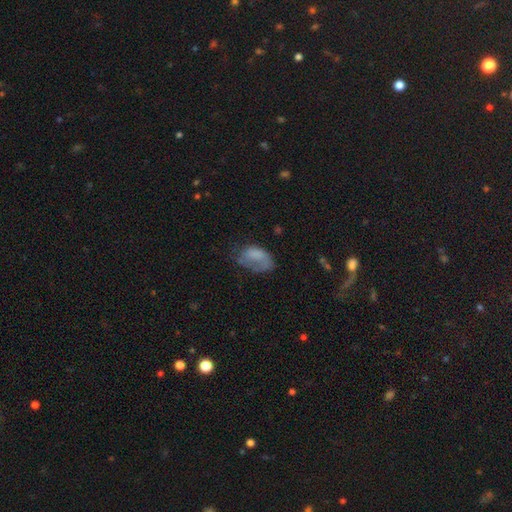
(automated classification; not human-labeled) Smooth or featured? Predicted: smooth (p=0.62). How rounded? Predicted: in between (p=0.88). Merging? Predicted: major disturbance (p=0.36).